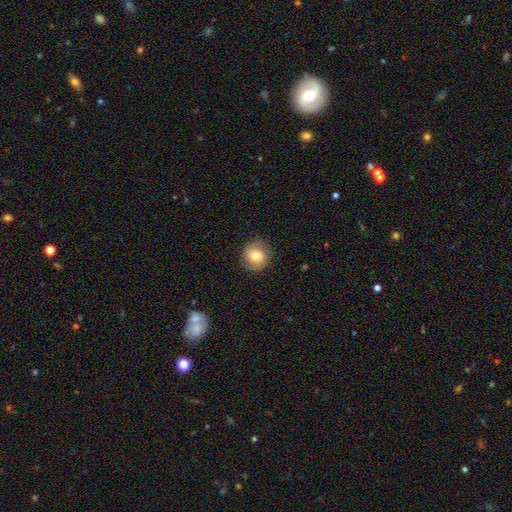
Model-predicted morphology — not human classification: This appears to be a smooth galaxy with no disk features (72%) that is round (86%). Merging: none (86%).